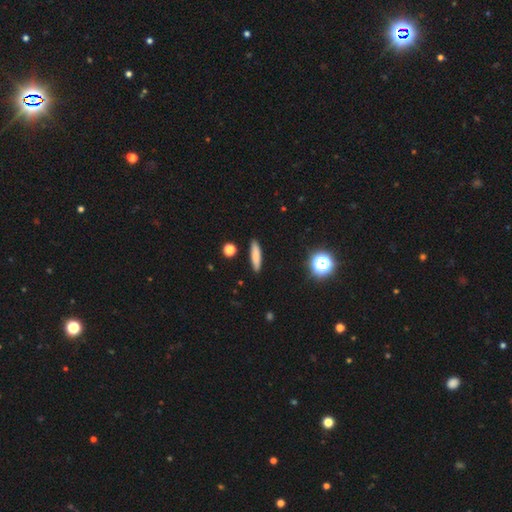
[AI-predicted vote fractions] Q: Smooth or featured?
A: smooth (79%); runner-up: featured or disk (12%)
Q: How rounded?
A: cigar-shaped (79%); runner-up: in between (18%)
Q: Merging?
A: none (90%); runner-up: minor disturbance (7%)